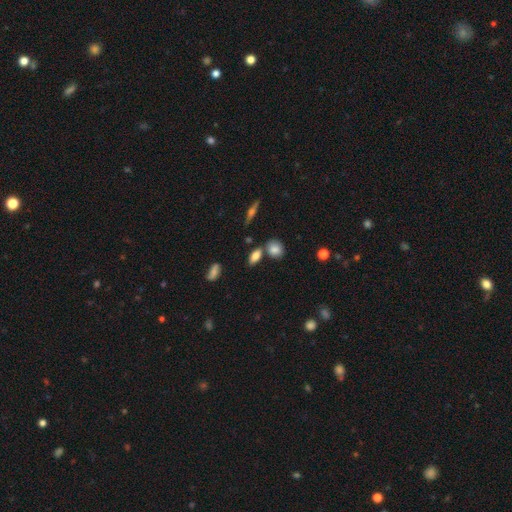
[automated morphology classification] This is likely a smooth galaxy (80%). How rounded: likely in between (80%). Merging: likely none (71%).